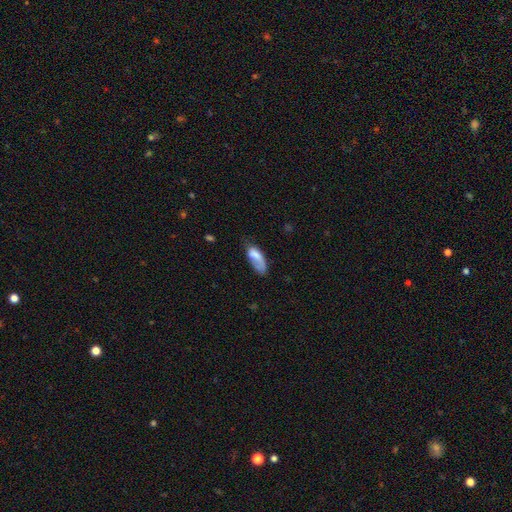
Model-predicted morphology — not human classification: Smooth or featured?
  - smooth: 70% *
  - featured or disk: 22%
  - star or artifact: 7%
How rounded?
  - in between: 82% *
  - cigar-shaped: 16%
  - round: 2%
Merging?
  - none: 37% *
  - minor disturbance: 32%
  - major disturbance: 26%
  - merger: 5%